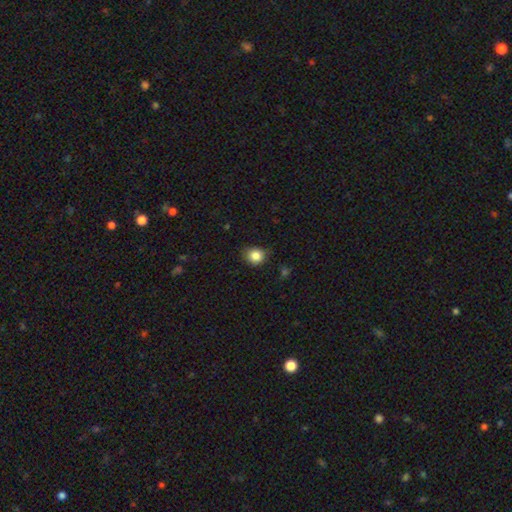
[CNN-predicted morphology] Smooth or featured? Predicted: smooth (p=0.85). How rounded? Predicted: round (p=0.77). Merging? Predicted: none (p=0.77).